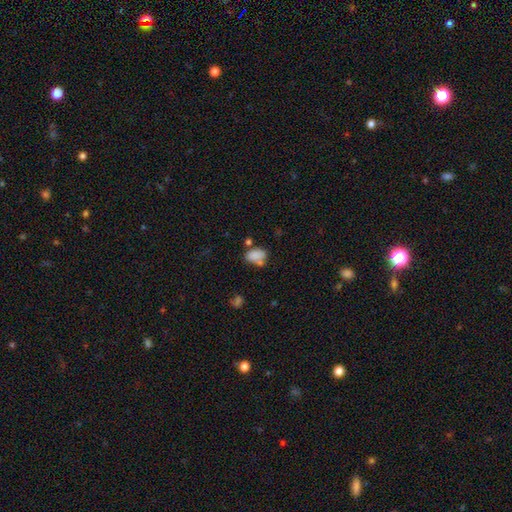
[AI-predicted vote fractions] A smooth galaxy with no disk features (81%) that is in between round and cigar-shaped (83%). Merging: none (48%).